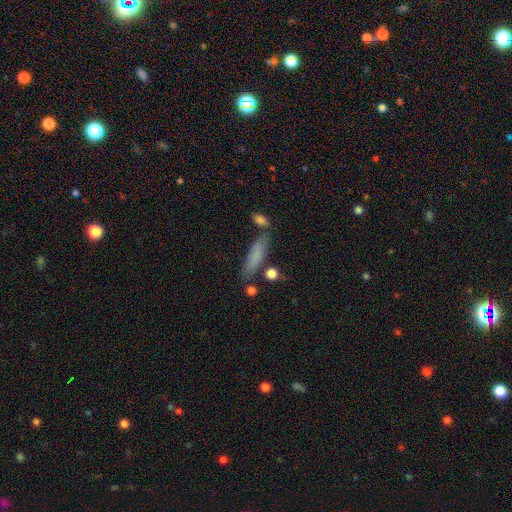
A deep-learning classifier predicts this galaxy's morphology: smooth-or-featured: smooth: 77% | featured or disk: 14% | star or artifact: 8%
  how-rounded: cigar-shaped: 68% | in between: 29% | round: 3%
  merging: none: 74% | minor disturbance: 14% | merger: 8% | major disturbance: 4%